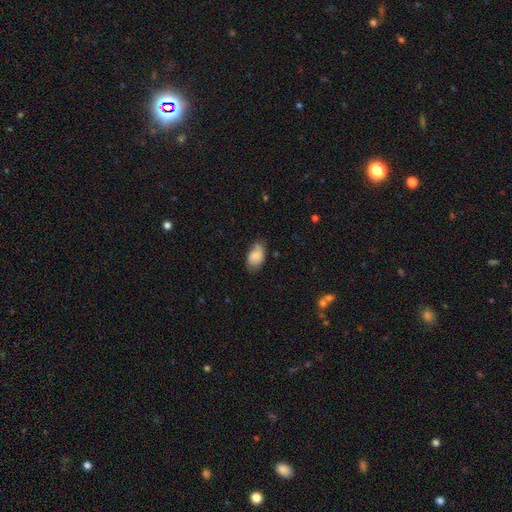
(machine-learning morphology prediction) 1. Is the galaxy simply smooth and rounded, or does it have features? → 76% smooth, 16% featured or disk, 8% star or artifact.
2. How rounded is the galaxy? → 92% in between, 7% round, 2% cigar-shaped.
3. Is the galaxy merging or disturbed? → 58% none, 32% minor disturbance, 8% major disturbance, 2% merger.